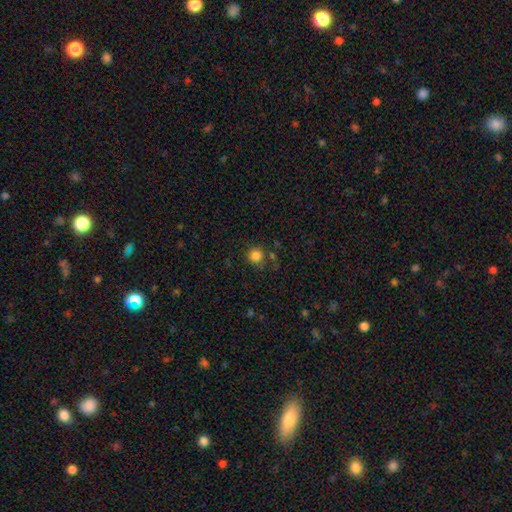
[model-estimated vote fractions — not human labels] This is clearly a smooth galaxy (83%). How rounded: clearly round (92%). Merging: likely none (75%).